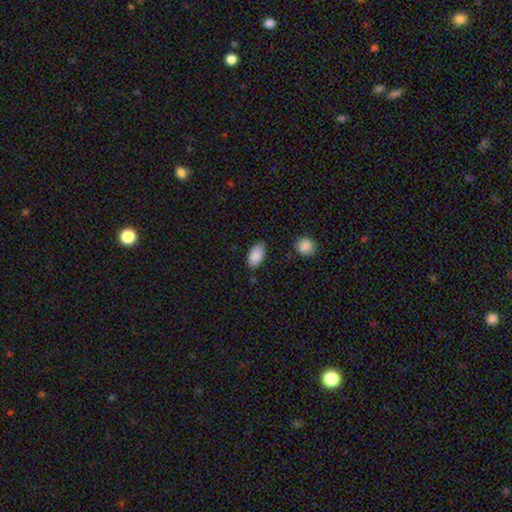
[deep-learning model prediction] A smooth galaxy with no disk features (88%) that is in between round and cigar-shaped (93%).

Vote fractions:
- Smooth or featured? smooth: 88% / star or artifact: 7% / featured or disk: 5%
- How rounded? in between: 93% / round: 4% / cigar-shaped: 3%
- Merging? none: 76% / minor disturbance: 18% / major disturbance: 3% / merger: 3%